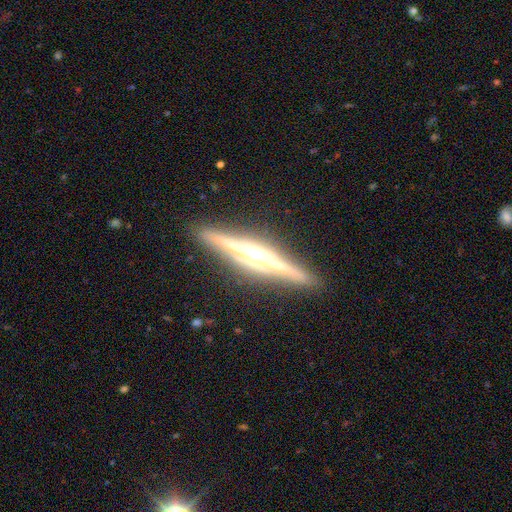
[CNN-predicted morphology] A featured or disk galaxy (87%) viewed edge-on (98%) with a rounded central bulge (83%).

Vote fractions:
- Smooth or featured? featured or disk: 87% / smooth: 8% / star or artifact: 5%
- Edge-on disk? yes: 98% / no: 2%
- Edge-on bulge? rounded: 83% / boxy: 12% / none: 5%
- Merging? none: 91% / minor disturbance: 7% / major disturbance: 1% / merger: 1%